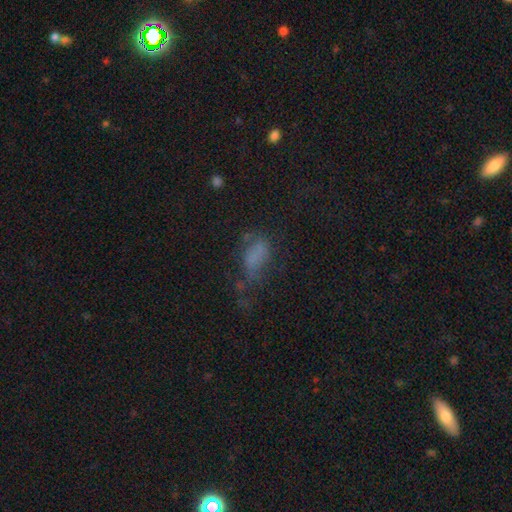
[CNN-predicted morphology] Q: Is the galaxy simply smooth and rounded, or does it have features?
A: smooth — 59%.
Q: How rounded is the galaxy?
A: in between — 85%.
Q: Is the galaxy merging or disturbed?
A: major disturbance — 34%, tied with none.